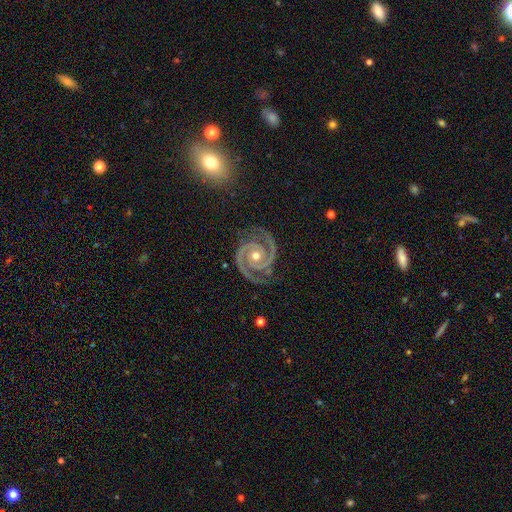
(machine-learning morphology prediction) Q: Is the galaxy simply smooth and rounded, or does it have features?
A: featured or disk — 94%.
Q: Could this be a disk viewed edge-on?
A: no — 98%.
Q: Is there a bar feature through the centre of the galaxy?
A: no — 69%.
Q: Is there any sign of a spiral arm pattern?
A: yes — 99%.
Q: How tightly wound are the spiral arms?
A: tight — 71%.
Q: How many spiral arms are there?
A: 2 — 92%.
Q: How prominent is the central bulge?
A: moderate — 68%.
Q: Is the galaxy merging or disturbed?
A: none — 84%.